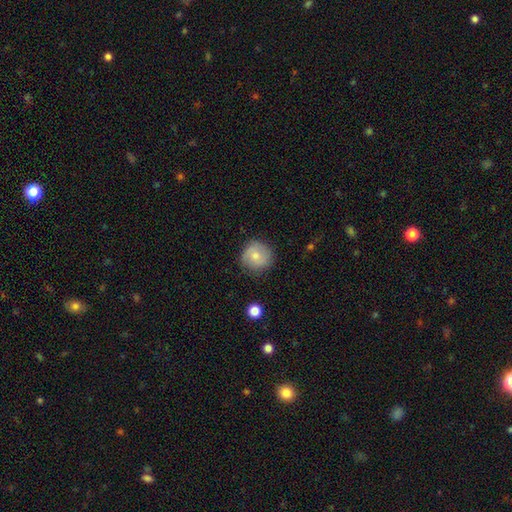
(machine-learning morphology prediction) smooth-or-featured: smooth: 70% | featured or disk: 22% | star or artifact: 7%
  how-rounded: round: 91% | in between: 8% | cigar-shaped: 1%
  merging: none: 77% | minor disturbance: 18% | major disturbance: 4% | merger: 1%